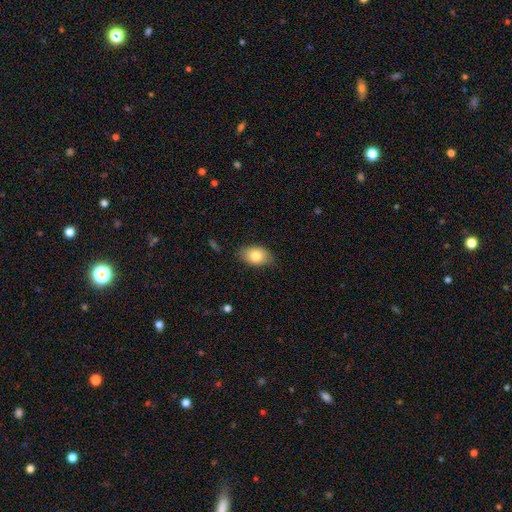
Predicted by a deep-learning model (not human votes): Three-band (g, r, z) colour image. It shows a smooth galaxy with no disk features (81%) that is in between round and cigar-shaped (85%). Merging: none (81%).